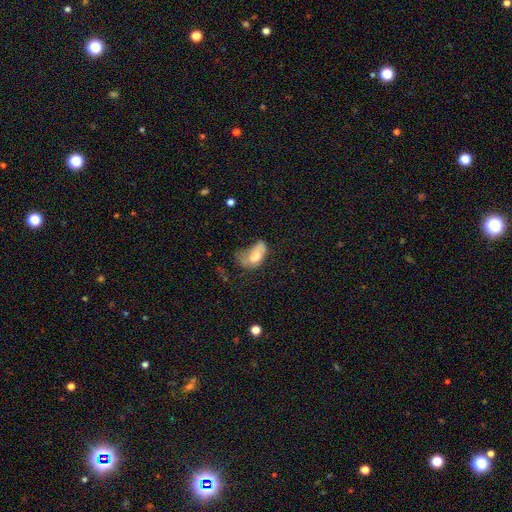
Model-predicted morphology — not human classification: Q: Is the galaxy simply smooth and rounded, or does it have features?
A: smooth — 65%.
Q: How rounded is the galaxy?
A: in between — 89%.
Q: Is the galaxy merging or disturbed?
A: major disturbance — 50%.